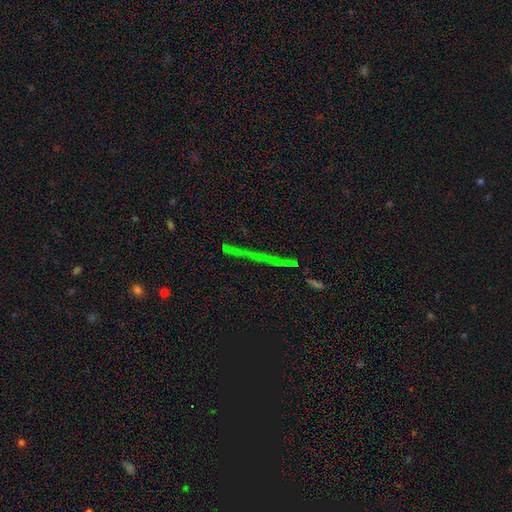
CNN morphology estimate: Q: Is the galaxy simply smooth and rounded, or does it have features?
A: star or artifact — 75%.